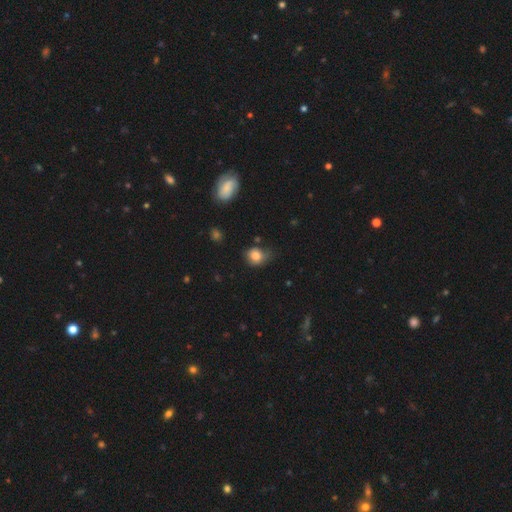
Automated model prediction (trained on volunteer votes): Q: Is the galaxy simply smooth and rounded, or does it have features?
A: smooth — 81%.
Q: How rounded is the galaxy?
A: round — 67%.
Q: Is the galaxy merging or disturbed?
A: none — 52%.